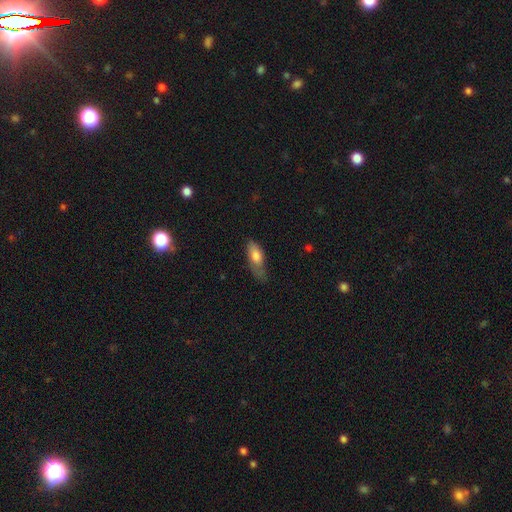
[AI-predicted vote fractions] A smooth galaxy with no disk features (75%) that is in between round and cigar-shaped (78%). Merging: none (39%, tied with minor disturbance).